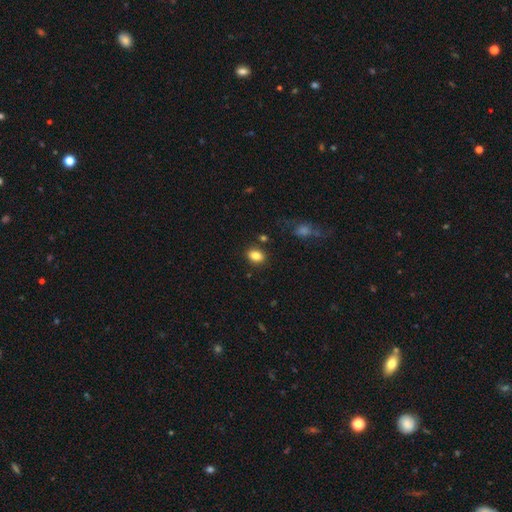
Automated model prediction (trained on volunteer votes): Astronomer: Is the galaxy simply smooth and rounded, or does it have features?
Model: smooth — 84%.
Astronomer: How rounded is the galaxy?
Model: in between — 70%.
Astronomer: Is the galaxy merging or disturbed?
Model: none — 84%.